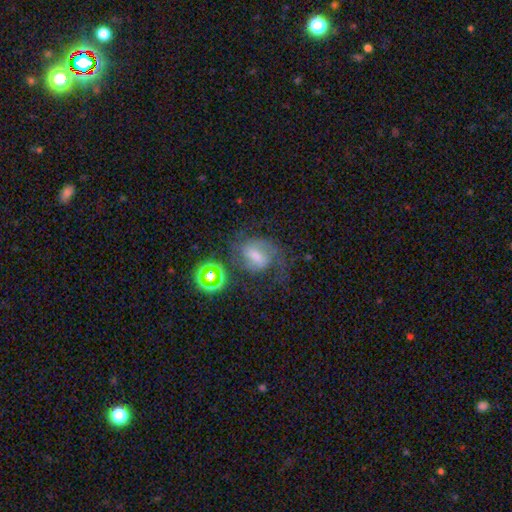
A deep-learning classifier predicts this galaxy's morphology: This appears to be a featured or disk galaxy (65%) with a weak bar (49%), 2 (65%) medium (49%) spiral arms (89%) and a moderate central bulge (43%). Merging: none (47%).